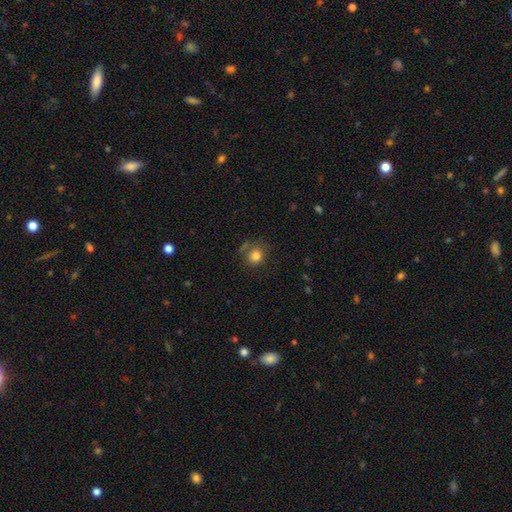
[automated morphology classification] Smooth or featured?
  - smooth: 81% *
  - star or artifact: 11%
  - featured or disk: 8%
How rounded?
  - round: 80% *
  - in between: 19%
  - cigar-shaped: 1%
Merging?
  - none: 67% *
  - minor disturbance: 19%
  - merger: 8%
  - major disturbance: 7%